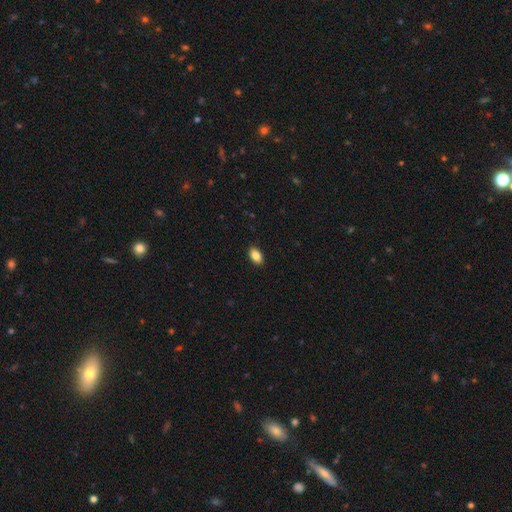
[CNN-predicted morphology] A smooth galaxy with no disk features (85%) that is in between round and cigar-shaped (91%).

Vote fractions:
- Smooth or featured? smooth: 85% / star or artifact: 8% / featured or disk: 6%
- How rounded? in between: 91% / round: 7% / cigar-shaped: 2%
- Merging? none: 90% / minor disturbance: 7% / major disturbance: 2% / merger: 1%